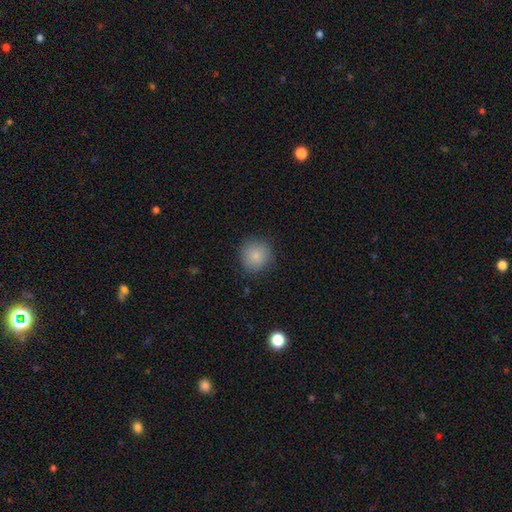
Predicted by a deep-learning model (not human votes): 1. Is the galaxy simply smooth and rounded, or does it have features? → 84% smooth, 9% star or artifact, 7% featured or disk.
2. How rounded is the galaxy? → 91% round, 8% in between, 1% cigar-shaped.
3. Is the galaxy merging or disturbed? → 85% none, 11% minor disturbance, 3% major disturbance, 1% merger.